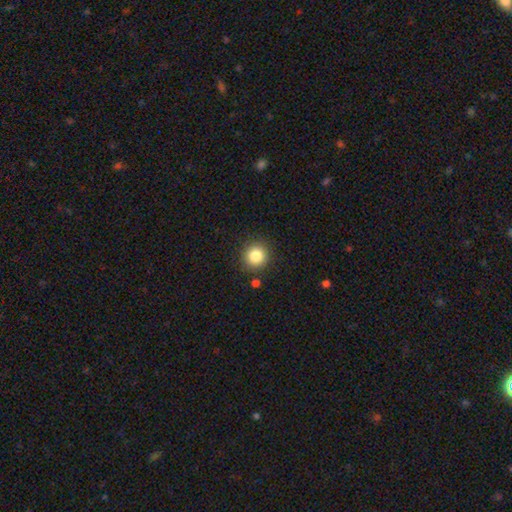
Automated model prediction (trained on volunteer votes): Q: Smooth or featured?
A: smooth (84%); runner-up: star or artifact (10%)
Q: How rounded?
A: round (92%); runner-up: in between (7%)
Q: Merging?
A: none (88%); runner-up: minor disturbance (7%)